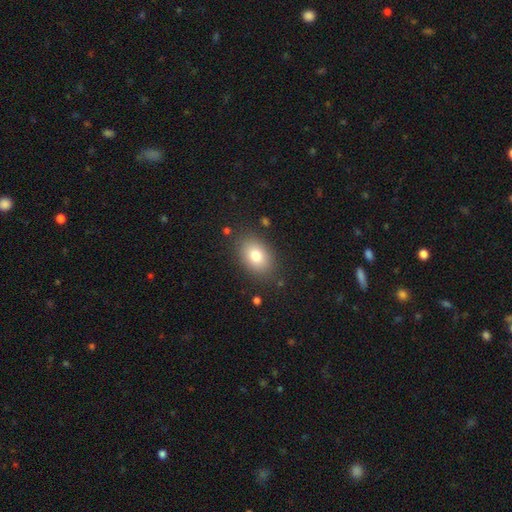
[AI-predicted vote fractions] This appears to be a smooth galaxy with no disk features (79%) that is in between round and cigar-shaped (78%). Merging: none (83%).